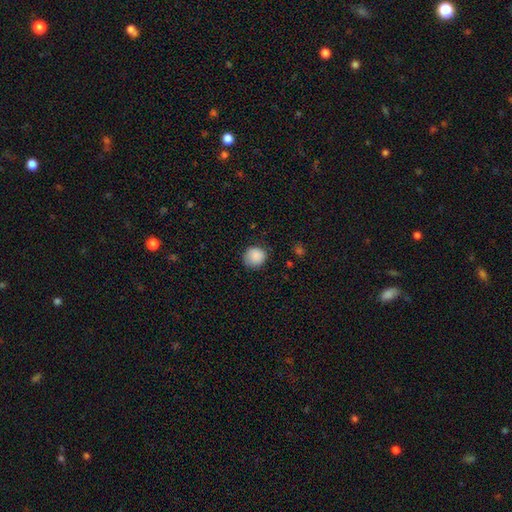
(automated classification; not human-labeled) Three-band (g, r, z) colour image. It shows a smooth galaxy with no disk features (88%) that is round (87%). Merging: none (79%).